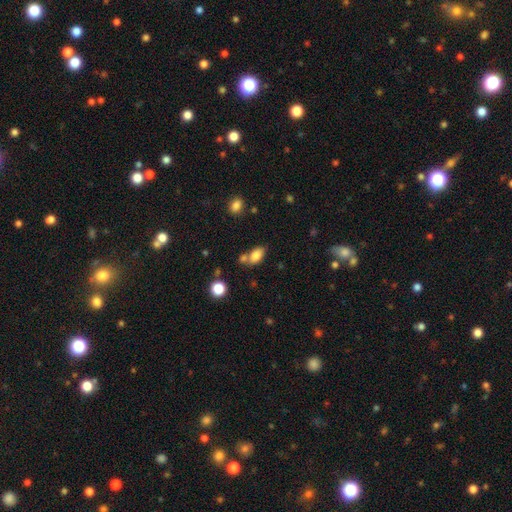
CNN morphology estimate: Overall: smooth (82%). How rounded: in between (89%). Merging: none (56%; merger 26%).